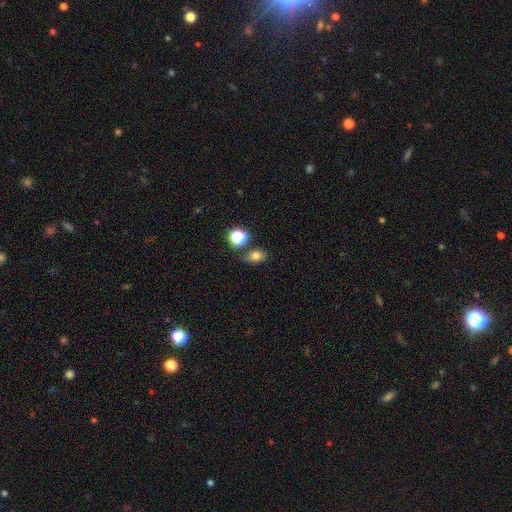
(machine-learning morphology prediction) Overall: smooth (74%). How rounded: in between (67%; round 31%). Merging: none (72%).